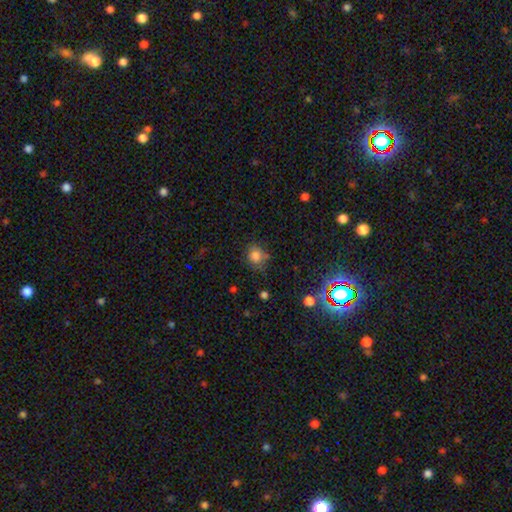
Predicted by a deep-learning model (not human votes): Q: Smooth or featured?
A: smooth (78%); runner-up: star or artifact (14%)
Q: How rounded?
A: round (73%); runner-up: in between (26%)
Q: Merging?
A: none (62%); runner-up: minor disturbance (24%)